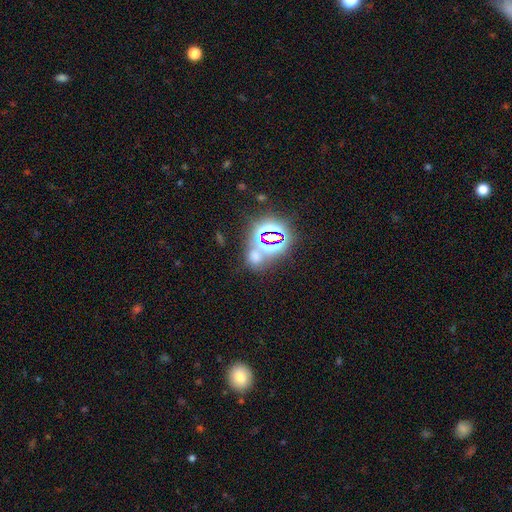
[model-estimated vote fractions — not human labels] Morphology: type=star or artifact (55%).